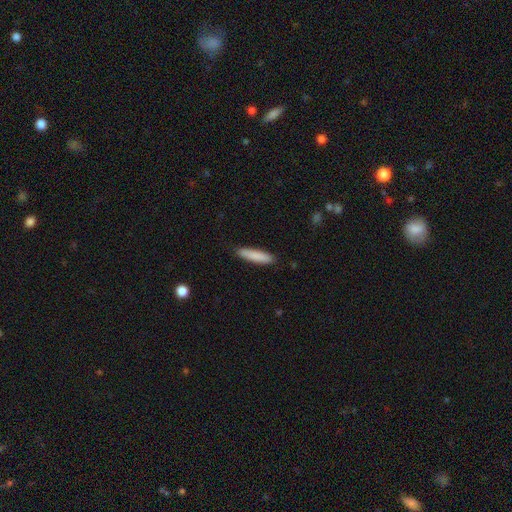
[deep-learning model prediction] smooth 86%, featured or disk 8%, star or artifact 6%. Down the decision tree: how rounded — cigar-shaped (81%); merging — none (87%).